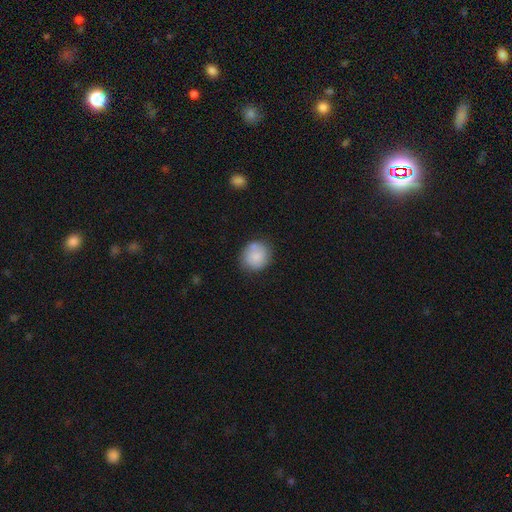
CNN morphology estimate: A smooth galaxy with no disk features (77%) that is round (85%). Merging: none (69%).